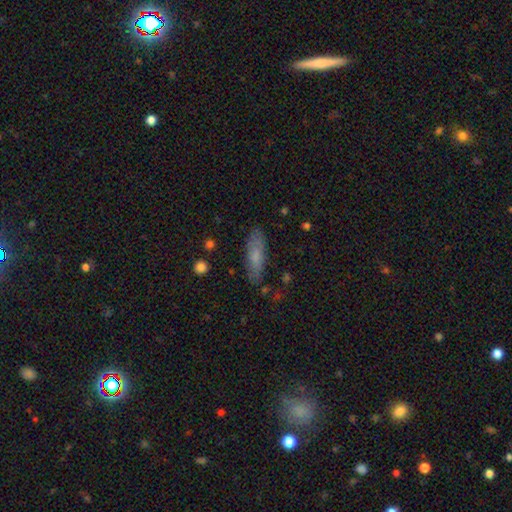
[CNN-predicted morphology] This appears to be a smooth galaxy with no disk features (70%) that is cigar-shaped (54%). Merging: none (80%).